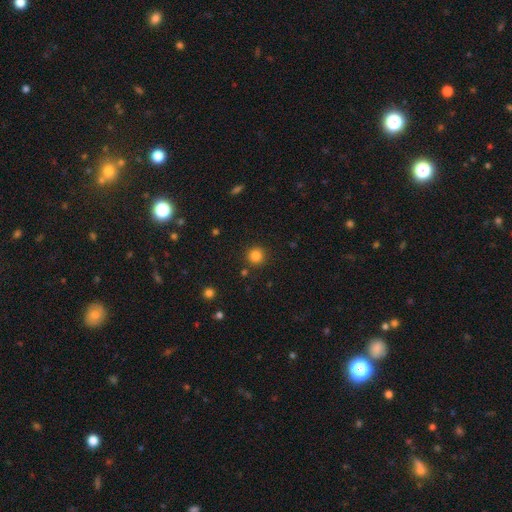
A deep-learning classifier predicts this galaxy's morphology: The model was most divided on "smooth or featured": smooth: 83%, star or artifact: 12%, featured or disk: 4%. More confident: how rounded — round (94%); merging — none (90%).